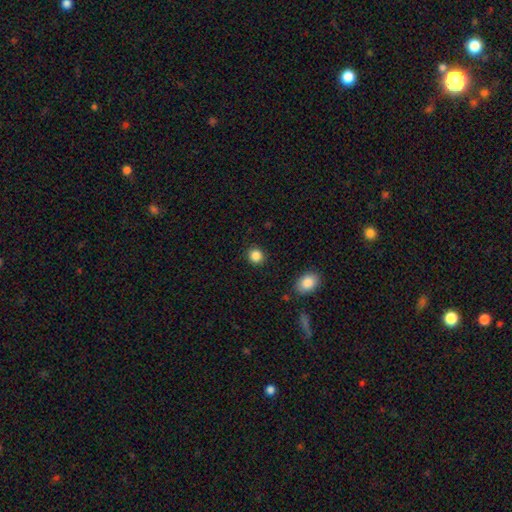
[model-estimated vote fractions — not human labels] Smooth or featured? Predicted: smooth (p=0.86). How rounded? Predicted: round (p=0.88). Merging? Predicted: none (p=0.91).